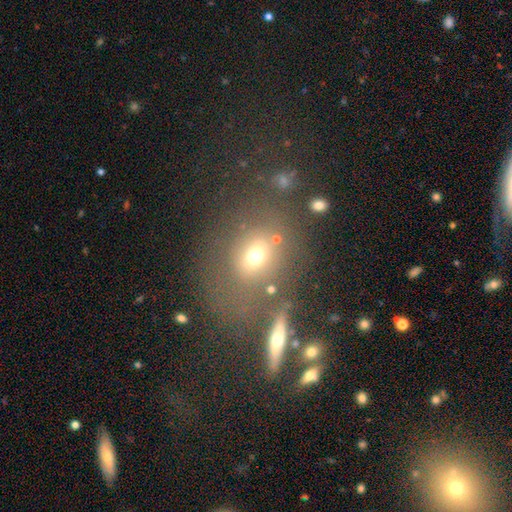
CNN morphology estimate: smooth_or_featured: smooth (p=0.54) [alt: featured or disk p=0.23]
how_rounded: round (p=0.51) [alt: in between p=0.46]
merging: none (p=0.59) [alt: minor disturbance p=0.15]